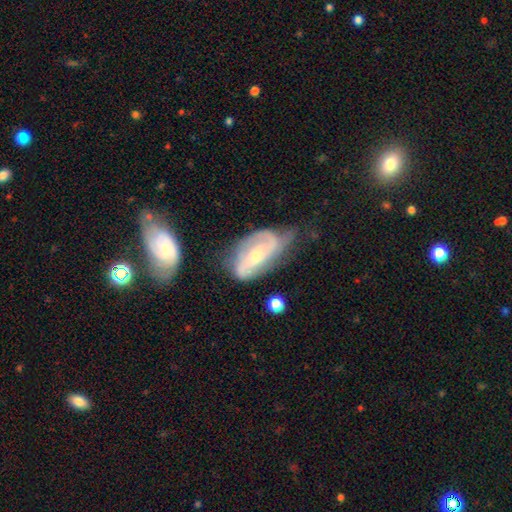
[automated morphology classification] Smooth or featured: featured or disk — 78% (smooth — 17%)
Edge-on disk: no — 94% (yes — 6%)
Bar: weak — 42% (strong — 31%)
Spiral arms: yes — 90% (no — 10%)
Spiral winding: medium — 41% (tight — 38%)
Spiral arm count: 2 — 66% (can't tell — 18%)
Bulge size: moderate — 54% (small — 39%)
Merging: none — 42% (minor disturbance — 30%)